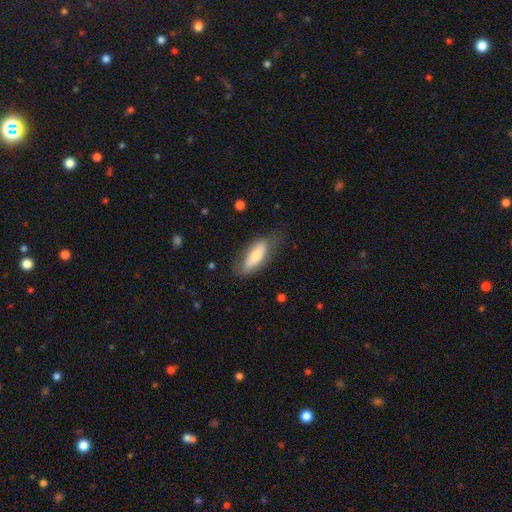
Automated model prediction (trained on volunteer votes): smooth 63%, featured or disk 32%, star or artifact 6%. Down the decision tree: how rounded — in between (70%); merging — none (70%).